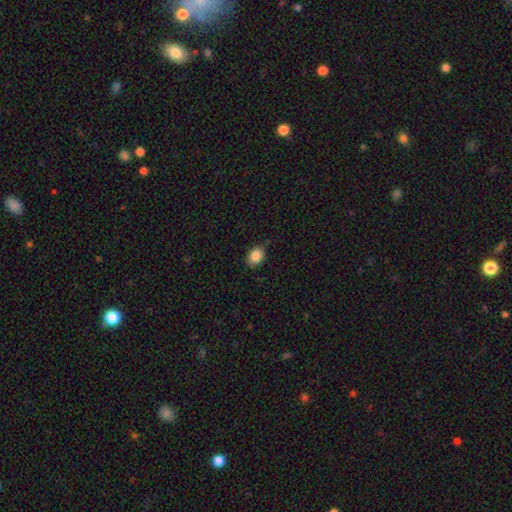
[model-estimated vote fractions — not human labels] The model was most divided on "how rounded": in between: 69%, round: 30%, cigar-shaped: 1%. More confident: smooth or featured — smooth (86%); merging — none (81%).